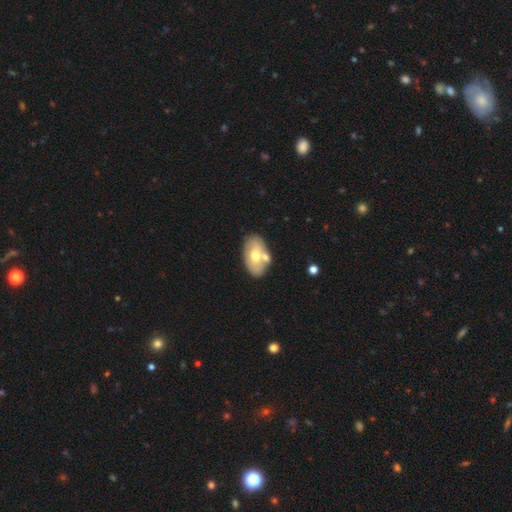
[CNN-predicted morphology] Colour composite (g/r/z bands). It shows a smooth galaxy with no disk features (58%) that is in between round and cigar-shaped (91%). Merging: none (62%).